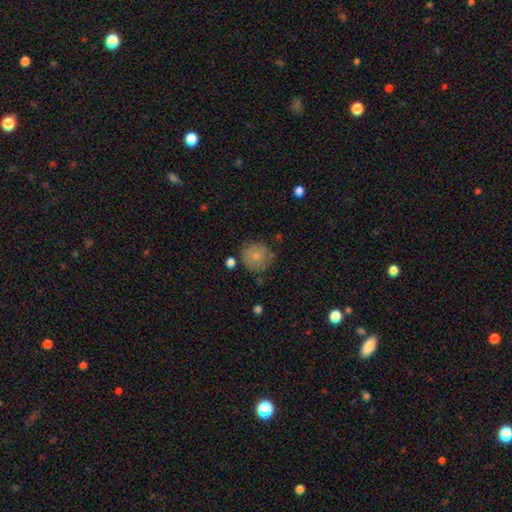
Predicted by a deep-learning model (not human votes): Q: Smooth or featured?
A: smooth (78%); runner-up: featured or disk (14%)
Q: How rounded?
A: round (92%); runner-up: in between (7%)
Q: Merging?
A: none (72%); runner-up: minor disturbance (18%)